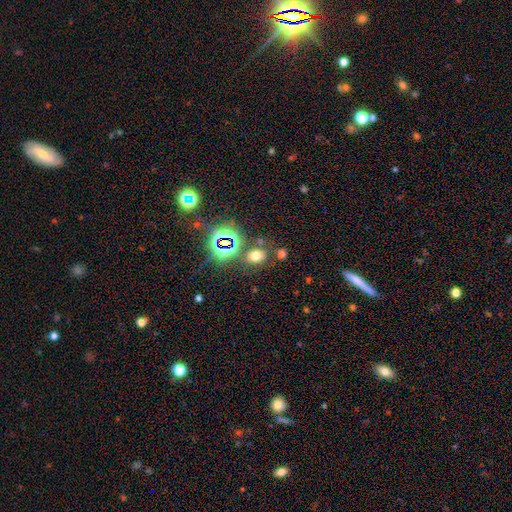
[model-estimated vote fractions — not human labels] This appears to be a smooth galaxy with no disk features (61%) that is in between round and cigar-shaped (58%). Merging: none (76%).